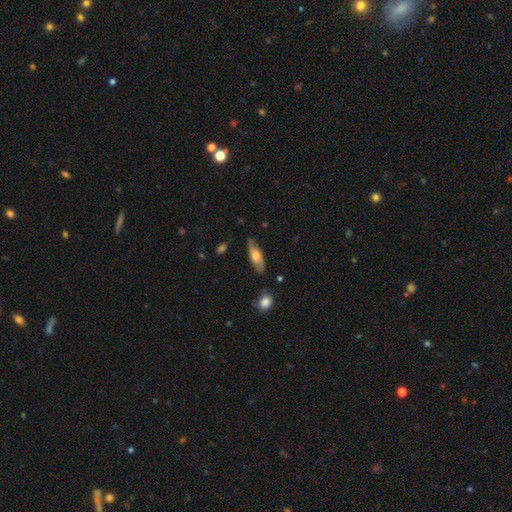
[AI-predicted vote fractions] Q: Smooth or featured?
A: smooth (53%); runner-up: featured or disk (41%)
Q: How rounded?
A: in between (60%); runner-up: cigar-shaped (37%)
Q: Merging?
A: none (77%); runner-up: minor disturbance (17%)